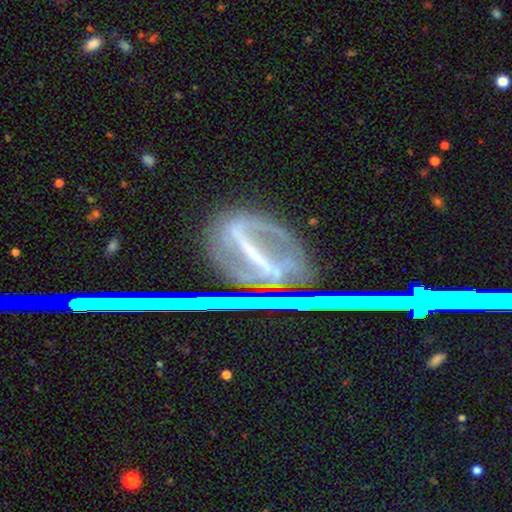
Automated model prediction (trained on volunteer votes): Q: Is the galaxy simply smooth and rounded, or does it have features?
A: featured or disk — 68%.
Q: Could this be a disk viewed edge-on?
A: no — 74%.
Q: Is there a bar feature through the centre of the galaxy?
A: strong — 75%.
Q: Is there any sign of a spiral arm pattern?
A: yes — 61%.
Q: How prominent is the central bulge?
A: none — 41%.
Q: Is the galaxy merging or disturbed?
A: none — 55%.